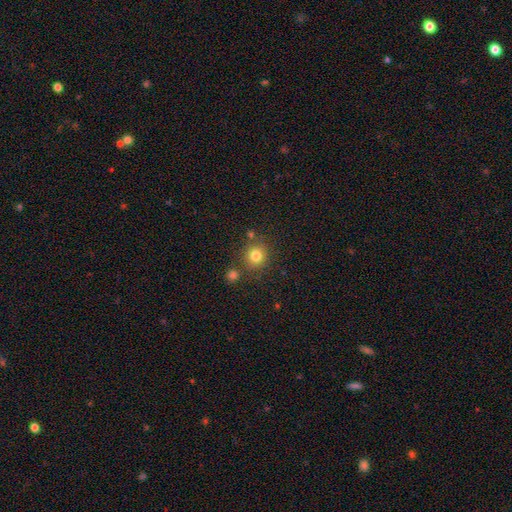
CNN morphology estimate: smooth_or_featured: smooth (p=0.80) [alt: star or artifact p=0.13]
how_rounded: round (p=0.90) [alt: in between p=0.09]
merging: none (p=0.78) [alt: minor disturbance p=0.09]